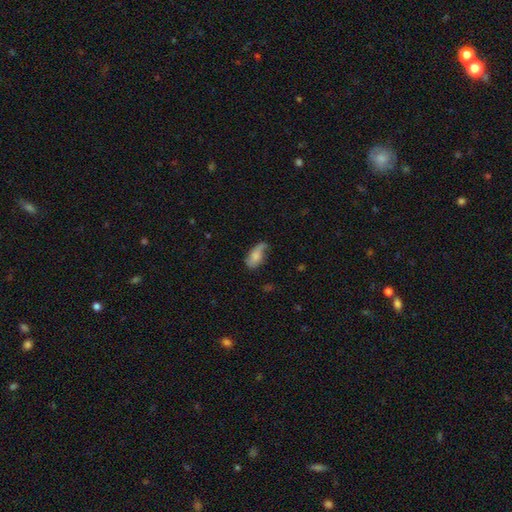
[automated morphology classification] Overall: smooth (62%; featured or disk 30%). How rounded: in between (88%). Merging: none (47%; minor disturbance 34%).